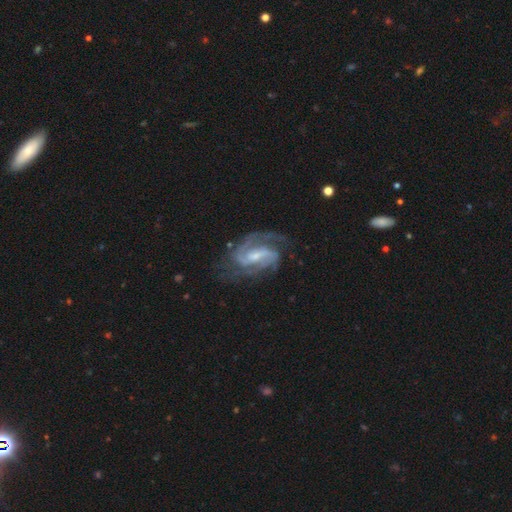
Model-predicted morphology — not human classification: Q: Smooth or featured?
A: featured or disk (92%); runner-up: star or artifact (4%)
Q: Edge-on disk?
A: no (97%); runner-up: yes (3%)
Q: Bar?
A: weak (45%); runner-up: strong (39%)
Q: Spiral arms?
A: yes (98%); runner-up: no (2%)
Q: Spiral winding?
A: medium (55%); runner-up: tight (34%)
Q: Spiral arm count?
A: 2 (69%); runner-up: 3 (16%)
Q: Bulge size?
A: small (56%); runner-up: moderate (34%)
Q: Merging?
A: none (69%); runner-up: minor disturbance (18%)